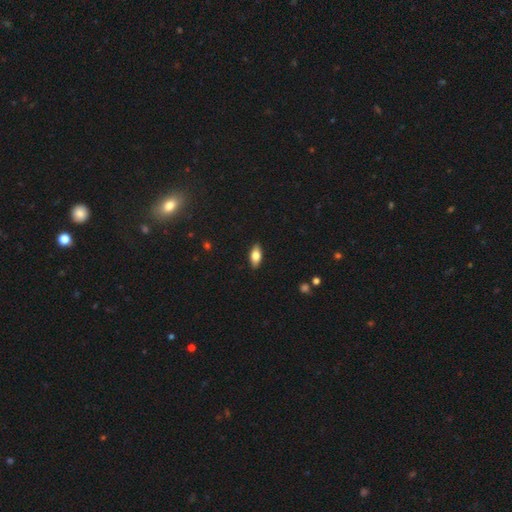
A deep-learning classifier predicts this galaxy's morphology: A smooth galaxy with no disk features (75%) that is in between round and cigar-shaped (86%). Merging: none (89%).